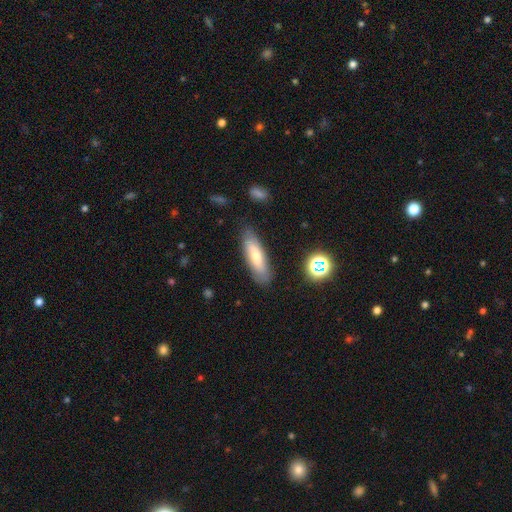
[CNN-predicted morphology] Q: Smooth or featured?
A: smooth (60%); runner-up: featured or disk (30%)
Q: How rounded?
A: cigar-shaped (56%); runner-up: in between (42%)
Q: Merging?
A: none (83%); runner-up: minor disturbance (12%)